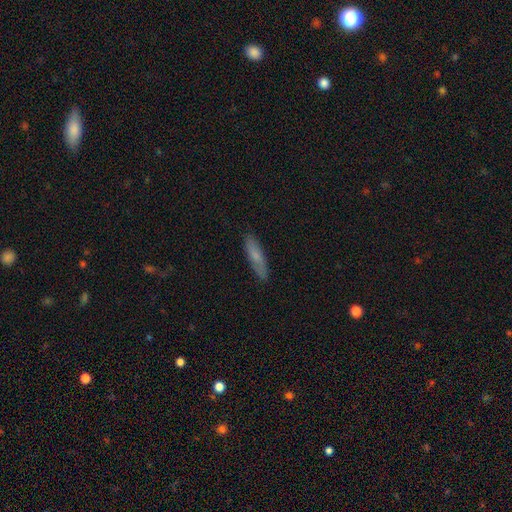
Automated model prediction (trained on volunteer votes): Q: Smooth or featured?
A: smooth (68%); runner-up: featured or disk (25%)
Q: How rounded?
A: cigar-shaped (72%); runner-up: in between (26%)
Q: Merging?
A: none (85%); runner-up: minor disturbance (11%)